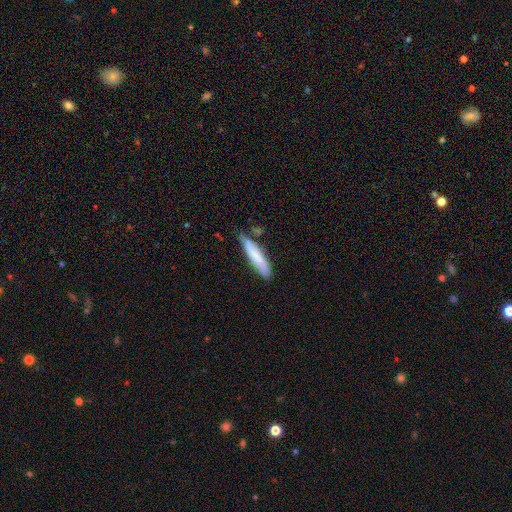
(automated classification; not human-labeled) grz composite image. It shows a smooth galaxy with no disk features (72%) that is cigar-shaped (84%). Merging: none (65%).